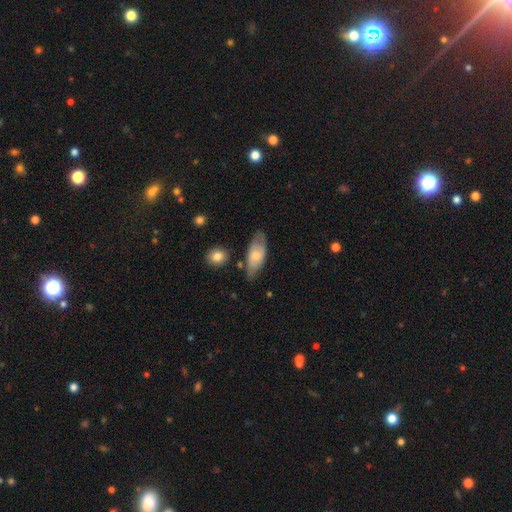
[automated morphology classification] smooth-or-featured: smooth: 60% | featured or disk: 34% | star or artifact: 6%
  how-rounded: in between: 84% | cigar-shaped: 13% | round: 3%
  merging: none: 68% | minor disturbance: 22% | major disturbance: 5% | merger: 5%